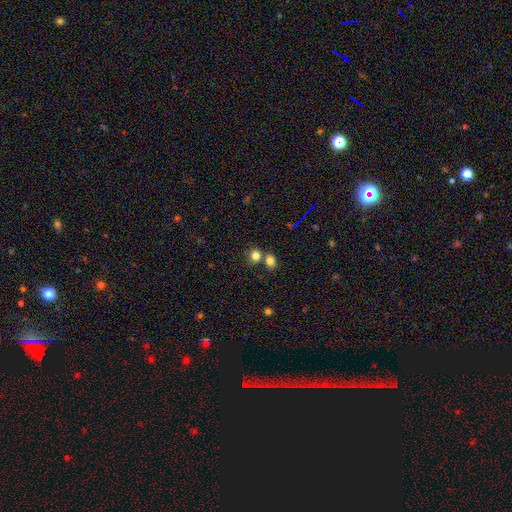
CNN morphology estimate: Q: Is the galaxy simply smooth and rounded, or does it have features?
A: smooth — 80%.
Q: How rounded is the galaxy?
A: round — 68%.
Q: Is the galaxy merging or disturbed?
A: none — 56%.